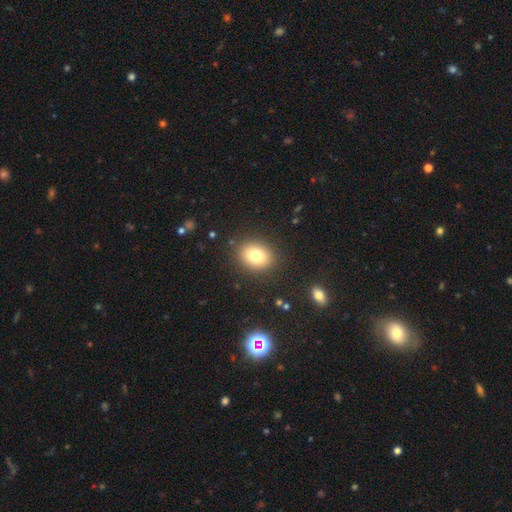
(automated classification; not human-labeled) smooth_or_featured: smooth (p=0.80) [alt: star or artifact p=0.11]
how_rounded: in between (p=0.52) [alt: round p=0.47]
merging: none (p=0.87) [alt: minor disturbance p=0.08]